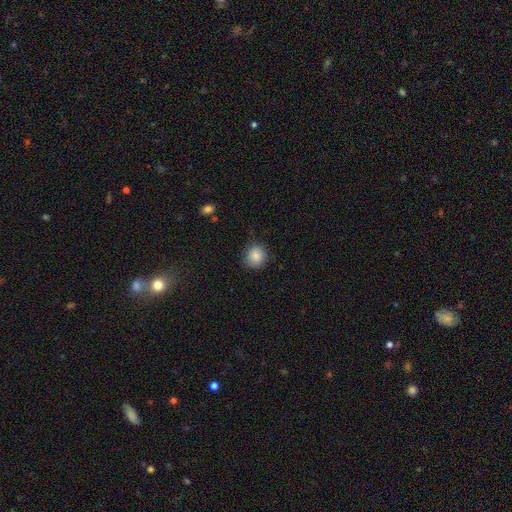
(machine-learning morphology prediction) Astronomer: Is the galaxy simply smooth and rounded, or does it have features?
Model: smooth — 84%.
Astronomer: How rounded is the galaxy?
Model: round — 85%.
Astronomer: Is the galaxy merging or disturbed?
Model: none — 80%.